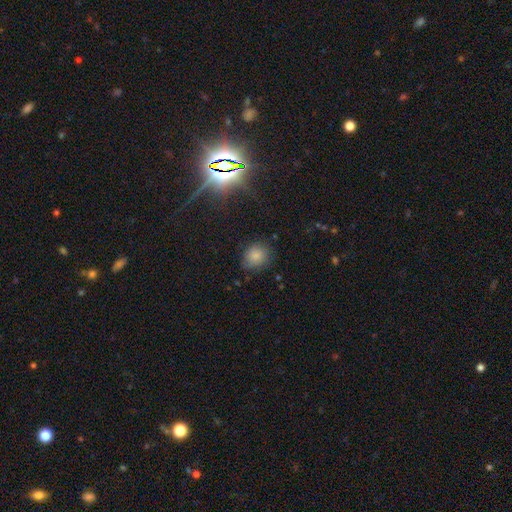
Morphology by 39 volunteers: Smooth or featured? smooth (79%)
How rounded? round (87%)
Merging? none (83%)